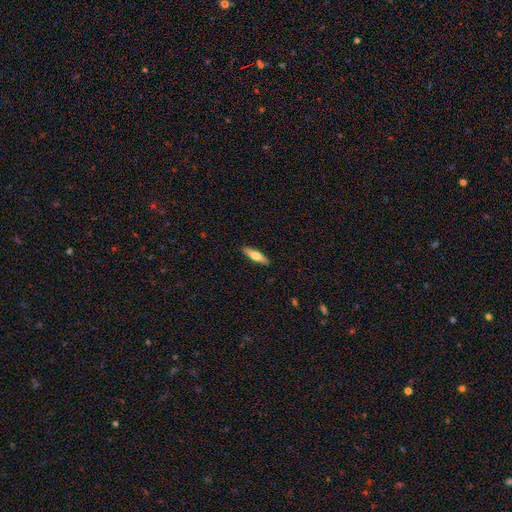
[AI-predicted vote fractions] Smooth or featured? Predicted: smooth (p=0.65). How rounded? Predicted: cigar-shaped (p=0.66). Merging? Predicted: none (p=0.90).